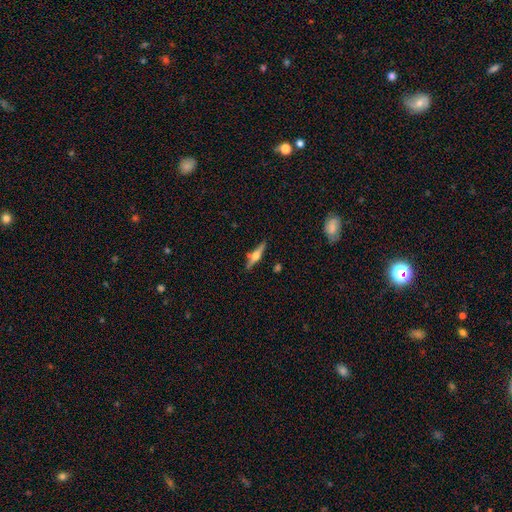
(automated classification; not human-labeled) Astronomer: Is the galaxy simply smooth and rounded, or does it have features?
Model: featured or disk — 62%.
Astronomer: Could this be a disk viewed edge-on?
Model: yes — 96%.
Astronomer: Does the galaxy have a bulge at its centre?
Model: rounded — 92%.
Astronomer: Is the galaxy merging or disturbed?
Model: none — 80%.